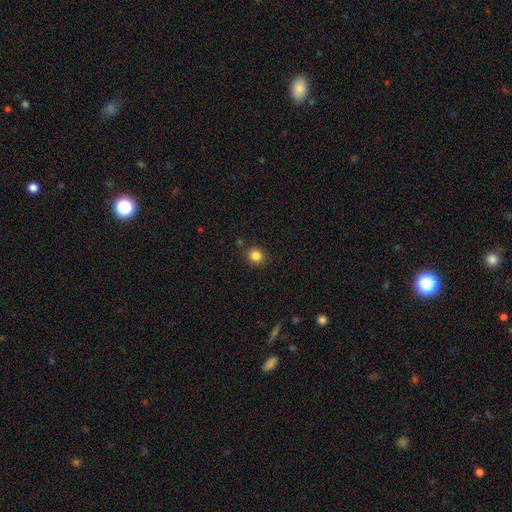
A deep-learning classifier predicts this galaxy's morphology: Overall: smooth (84%). How rounded: round (80%). Merging: none (87%).